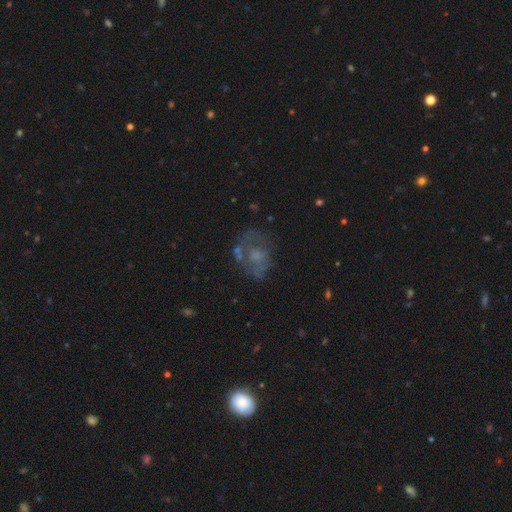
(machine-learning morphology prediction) featured or disk 55%, smooth 31%, star or artifact 14%. Down the decision tree: edge-on disk — no (97%); bar — no (86%); spiral arms — no (71%); bulge size — moderate (39%); merging — none (51%).